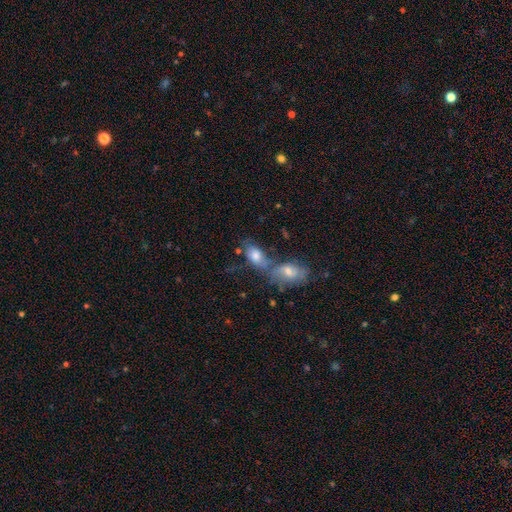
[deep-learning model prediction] A smooth galaxy with no disk features (70%) that is in between round and cigar-shaped (90%).

Vote fractions:
- Smooth or featured? smooth: 70% / featured or disk: 21% / star or artifact: 9%
- How rounded? in between: 90% / round: 7% / cigar-shaped: 3%
- Merging? merger: 48% / none: 30% / minor disturbance: 14% / major disturbance: 8%